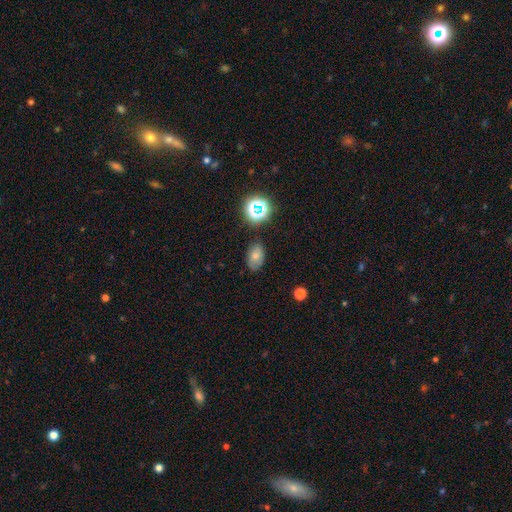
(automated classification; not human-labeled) This appears to be a smooth galaxy with no disk features (68%) that is in between round and cigar-shaped (86%). Merging: none (75%).